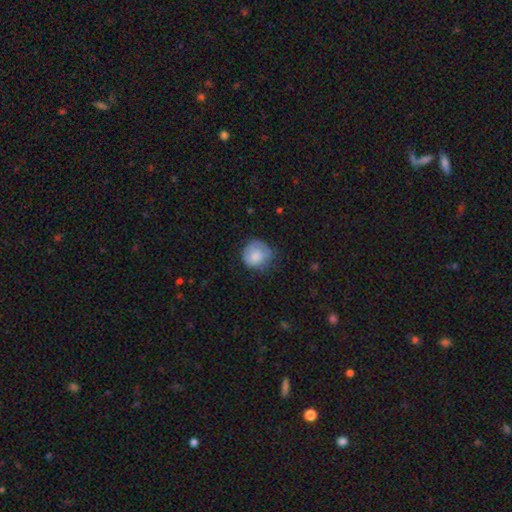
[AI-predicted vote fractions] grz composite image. It shows a smooth galaxy with no disk features (78%) that is round (84%). Merging: none (56%).